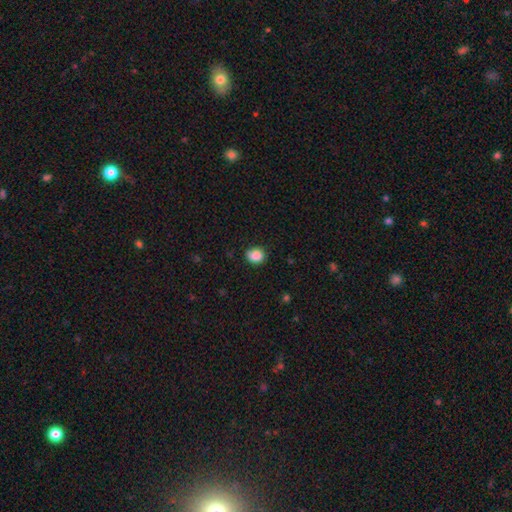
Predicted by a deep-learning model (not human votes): Overall: smooth (87%). How rounded: round (64%; in between 35%). Merging: none (79%).